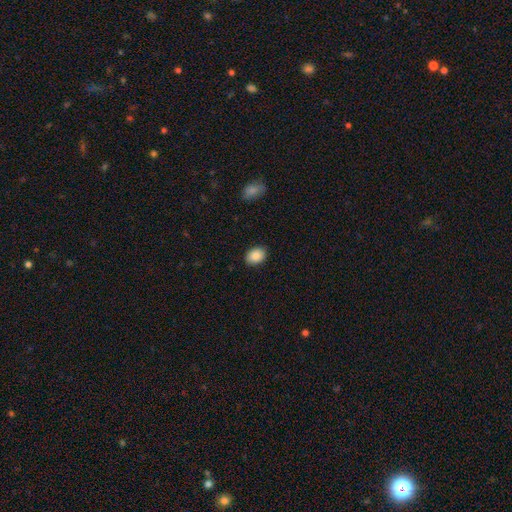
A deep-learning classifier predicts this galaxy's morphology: A smooth galaxy with no disk features (88%) that is in between round and cigar-shaped (73%).

Vote fractions:
- Smooth or featured? smooth: 88% / star or artifact: 7% / featured or disk: 5%
- How rounded? in between: 73% / round: 26% / cigar-shaped: 1%
- Merging? none: 88% / minor disturbance: 9% / major disturbance: 2% / merger: 1%